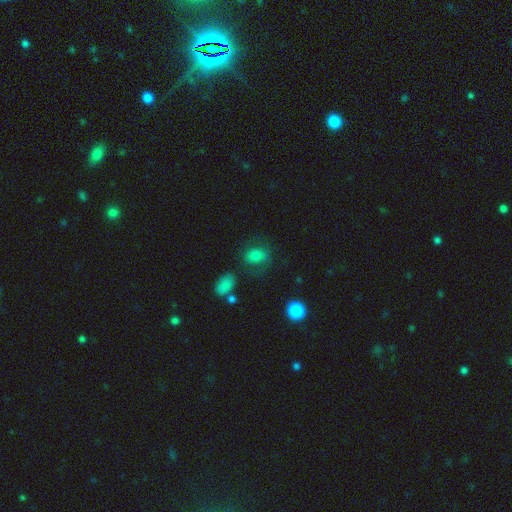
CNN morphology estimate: A smooth galaxy with no disk features (69%) that is round (52%). Merging: none (63%).